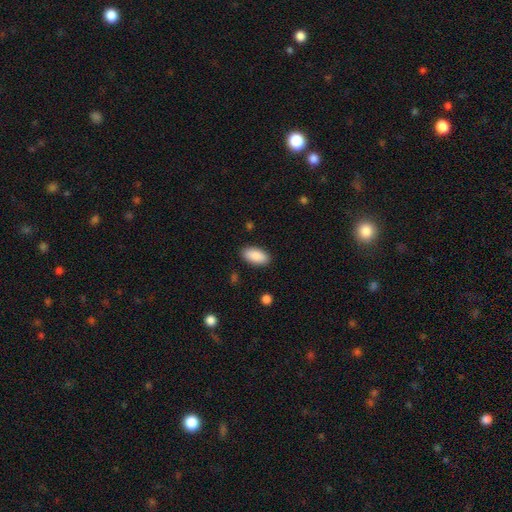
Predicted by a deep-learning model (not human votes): This appears to be a smooth galaxy with no disk features (89%) that is in between round and cigar-shaped (93%). Merging: none (88%).